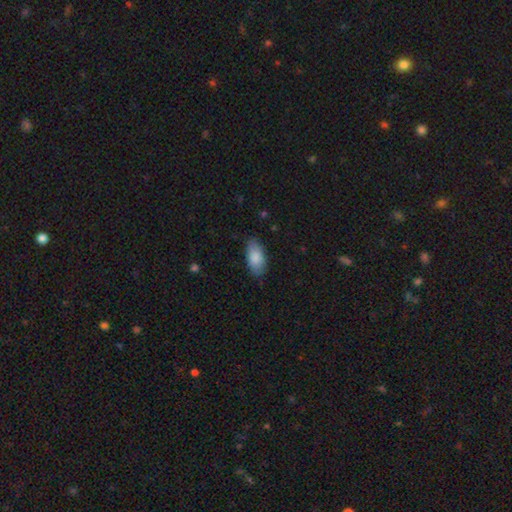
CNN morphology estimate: This appears to be a smooth galaxy with no disk features (86%) that is in between round and cigar-shaped (91%). Merging: none (82%).